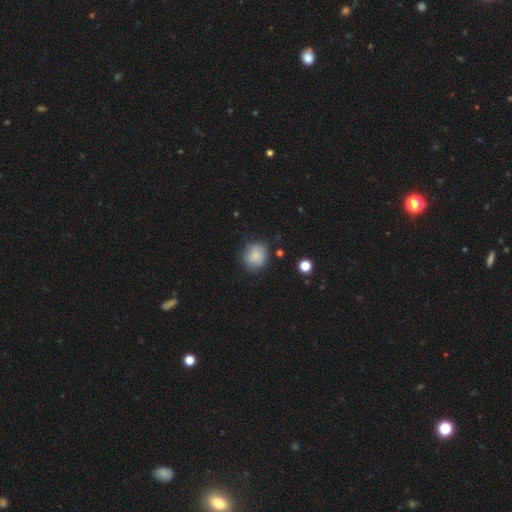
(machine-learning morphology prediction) This appears to be a smooth galaxy with no disk features (81%) that is round (81%). Merging: none (76%).